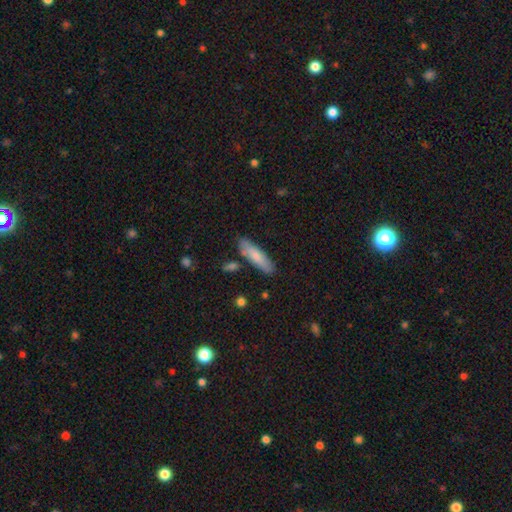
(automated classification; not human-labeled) The model was most divided on "how rounded": cigar-shaped: 63%, in between: 36%, round: 2%. More confident: merging — none (81%); smooth or featured — smooth (76%).